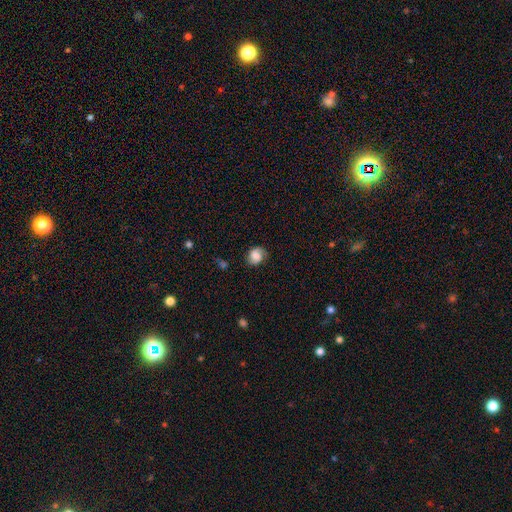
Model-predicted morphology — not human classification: smooth-or-featured: smooth: 66% | featured or disk: 25% | star or artifact: 10%
  how-rounded: round: 56% | in between: 43% | cigar-shaped: 1%
  merging: none: 64% | minor disturbance: 25% | major disturbance: 9% | merger: 2%